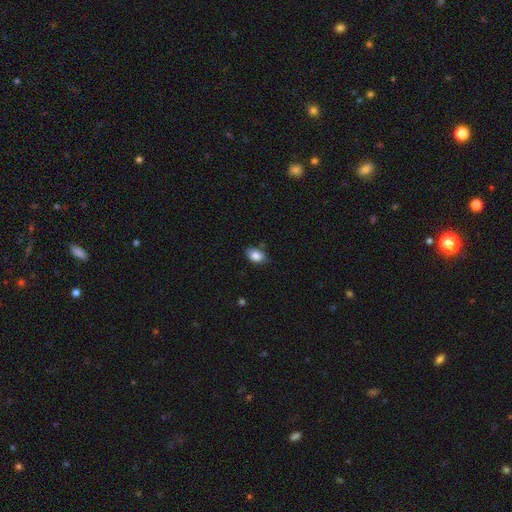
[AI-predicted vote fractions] This is clearly a smooth galaxy (84%). How rounded: clearly in between (82%). Merging: likely none (70%).